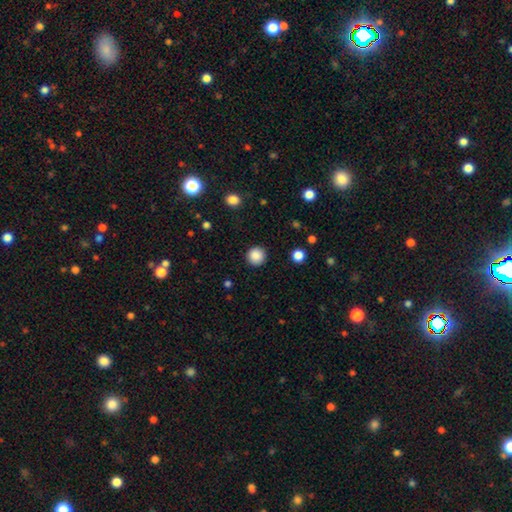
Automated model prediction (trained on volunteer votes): smooth-or-featured: smooth: 88% | star or artifact: 9% | featured or disk: 3%
  how-rounded: round: 94% | in between: 5% | cigar-shaped: 1%
  merging: none: 90% | minor disturbance: 6% | major disturbance: 2% | merger: 1%